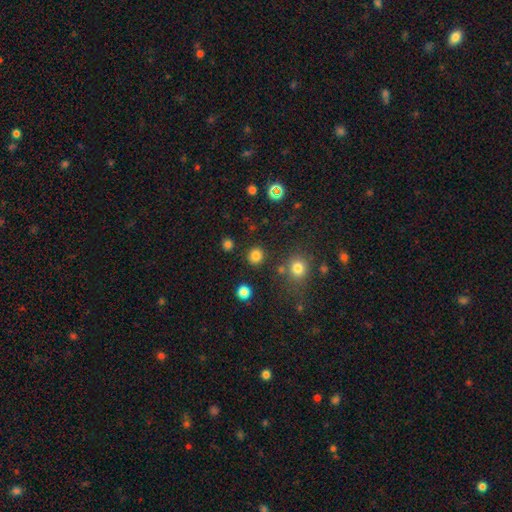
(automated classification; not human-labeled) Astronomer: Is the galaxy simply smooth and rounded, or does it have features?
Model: smooth — 81%.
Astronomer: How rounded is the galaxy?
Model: round — 90%.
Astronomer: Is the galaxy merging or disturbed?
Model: none — 87%.